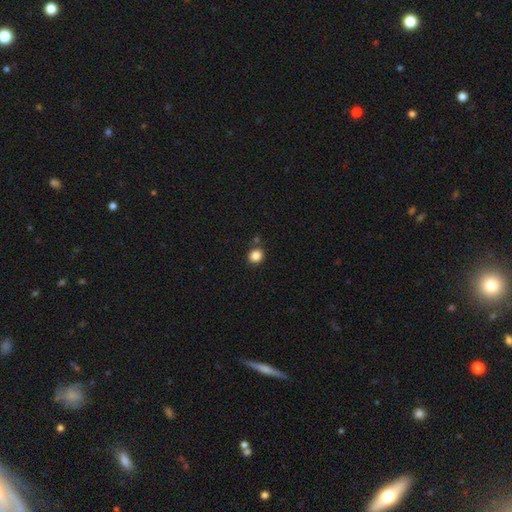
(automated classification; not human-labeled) smooth_or_featured: smooth (p=0.85) [alt: star or artifact p=0.11]
how_rounded: round (p=0.80) [alt: in between p=0.19]
merging: none (p=0.83) [alt: minor disturbance p=0.08]